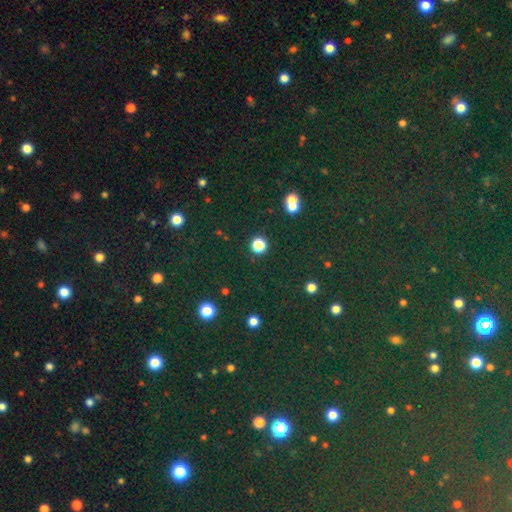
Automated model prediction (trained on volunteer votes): Smooth or featured?
  - star or artifact: 77% *
  - smooth: 15%
  - featured or disk: 8%